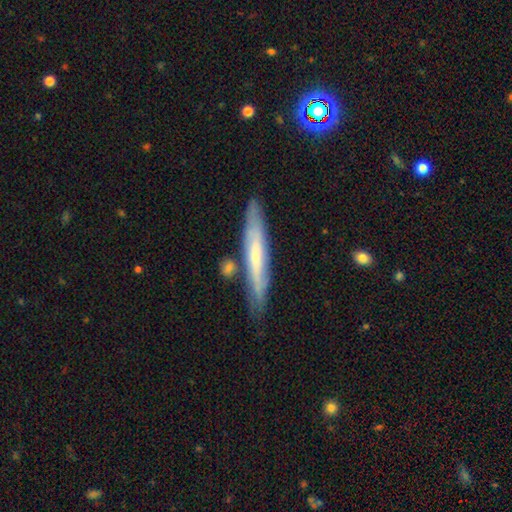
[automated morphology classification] A featured or disk galaxy (55%) viewed edge-on (76%). Merging: none (77%).